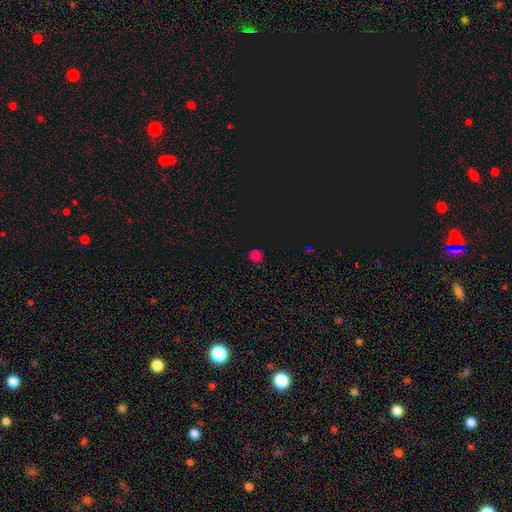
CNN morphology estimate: A smooth galaxy with no disk features (70%) that is round (91%).

Vote fractions:
- Smooth or featured? smooth: 70% / star or artifact: 26% / featured or disk: 4%
- How rounded? round: 91% / in between: 8% / cigar-shaped: 1%
- Merging? none: 89% / minor disturbance: 7% / major disturbance: 2% / merger: 1%